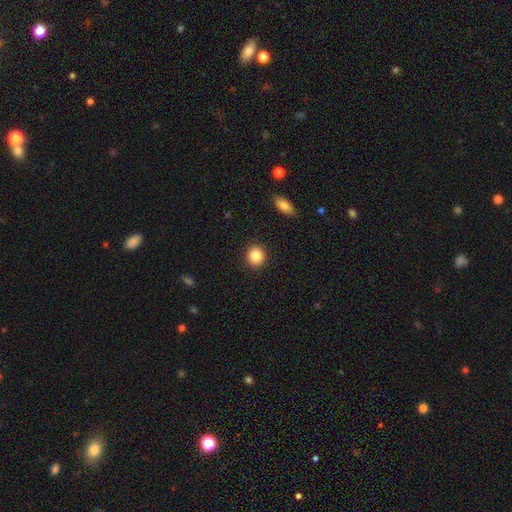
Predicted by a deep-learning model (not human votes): Smooth or featured? Predicted: smooth (p=0.86). How rounded? Predicted: round (p=0.84). Merging? Predicted: none (p=0.91).